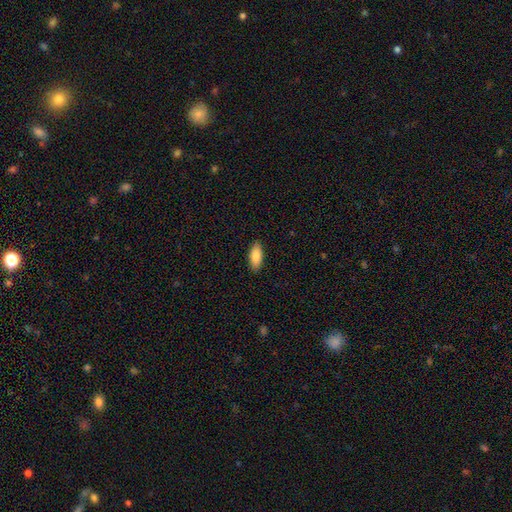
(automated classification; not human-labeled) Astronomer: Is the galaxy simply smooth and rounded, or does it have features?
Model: smooth — 85%.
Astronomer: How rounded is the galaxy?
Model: in between — 83%.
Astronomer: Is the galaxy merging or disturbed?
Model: none — 89%.